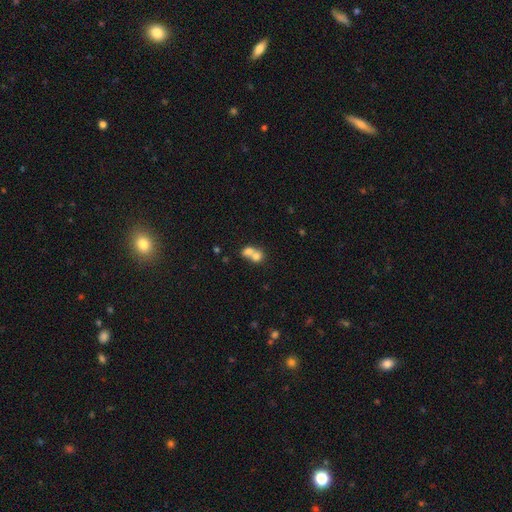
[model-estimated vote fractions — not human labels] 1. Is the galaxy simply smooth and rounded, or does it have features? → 72% smooth, 18% featured or disk, 10% star or artifact.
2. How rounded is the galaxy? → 58% round, 40% in between, 2% cigar-shaped.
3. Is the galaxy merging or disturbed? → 71% merger, 21% none, 5% minor disturbance, 3% major disturbance.